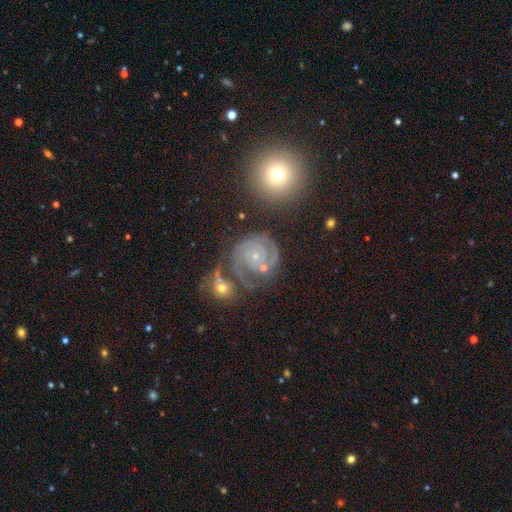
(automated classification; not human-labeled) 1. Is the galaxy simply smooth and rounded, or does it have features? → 84% featured or disk, 8% smooth, 8% star or artifact.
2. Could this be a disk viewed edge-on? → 98% no, 2% yes.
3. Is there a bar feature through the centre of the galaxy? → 74% no, 20% weak, 6% strong.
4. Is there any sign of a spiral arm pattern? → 96% yes, 4% no.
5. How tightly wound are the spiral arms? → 72% tight, 23% medium, 4% loose.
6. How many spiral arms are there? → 44% 2, 24% 3, 15% can't tell, 6% 1, 6% 4, 5% more than 4.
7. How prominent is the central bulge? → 79% small, 17% moderate, 2% none, 1% large, 1% dominant.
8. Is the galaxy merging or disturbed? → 60% none, 17% minor disturbance, 12% merger, 11% major disturbance.